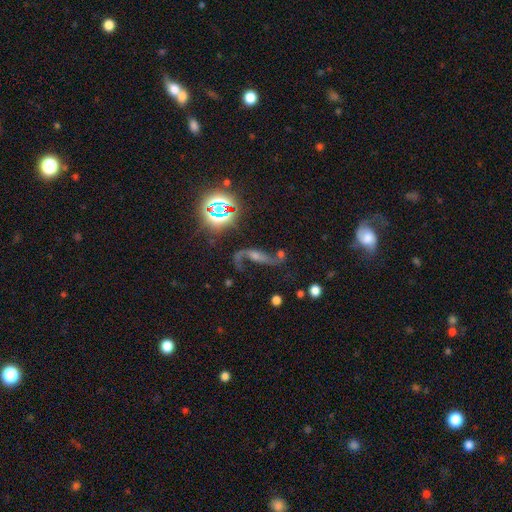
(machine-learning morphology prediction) smooth-or-featured: featured or disk: 59% | star or artifact: 30% | smooth: 11%
  disk-edge-on: no: 84% | yes: 16%
  merging: none: 60% | minor disturbance: 15% | major disturbance: 14% | merger: 10%